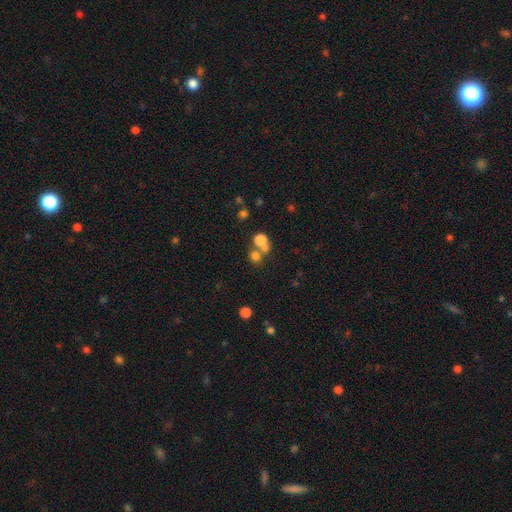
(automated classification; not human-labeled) A star or artifact, not a galaxy (42%).

Vote fractions:
- Smooth or featured? star or artifact: 42% / smooth: 41% / featured or disk: 16%